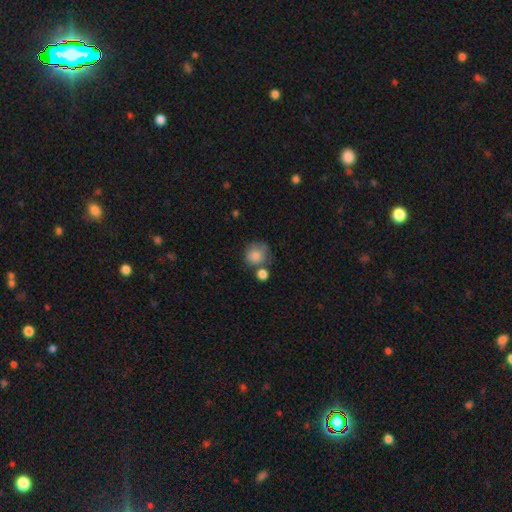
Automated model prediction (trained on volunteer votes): smooth 83%, featured or disk 9%, star or artifact 8%. Down the decision tree: how rounded — round (87%); merging — none (54%).